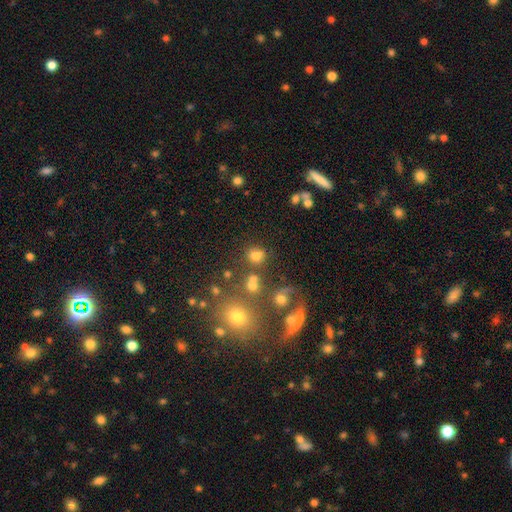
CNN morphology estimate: Q: Smooth or featured?
A: smooth (73%); runner-up: star or artifact (17%)
Q: How rounded?
A: round (79%); runner-up: in between (19%)
Q: Merging?
A: none (70%); runner-up: merger (12%)